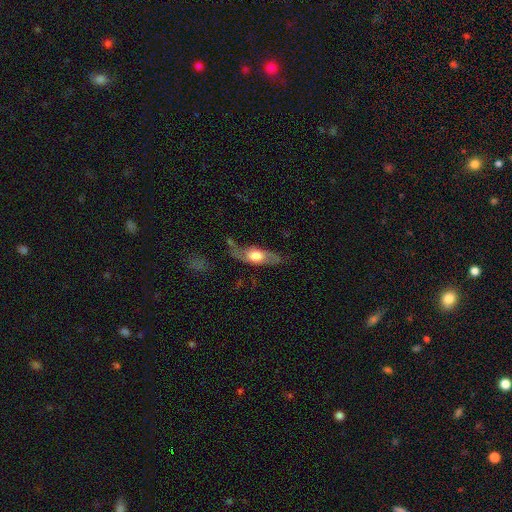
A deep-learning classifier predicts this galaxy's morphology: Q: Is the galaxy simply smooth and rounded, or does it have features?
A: featured or disk — 48%.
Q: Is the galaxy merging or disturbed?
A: none — 54%.